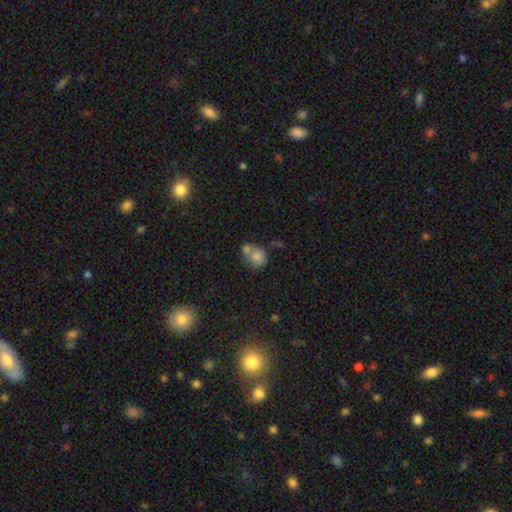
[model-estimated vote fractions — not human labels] This is likely a smooth galaxy (79%). How rounded: likely round (73%). Merging: possibly merger (51%).